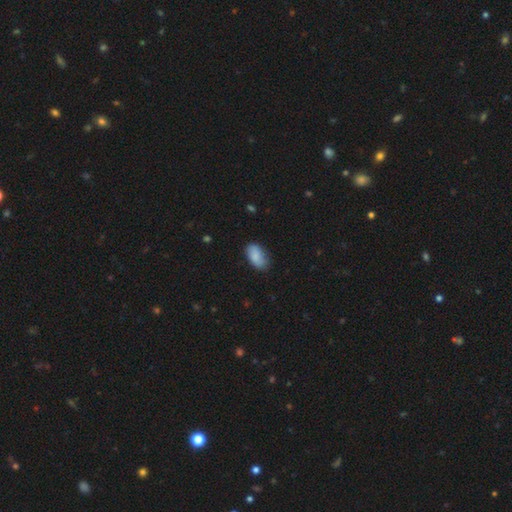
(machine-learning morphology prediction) type=smooth (85%); roundness=in between (93%); merging=none (75%).